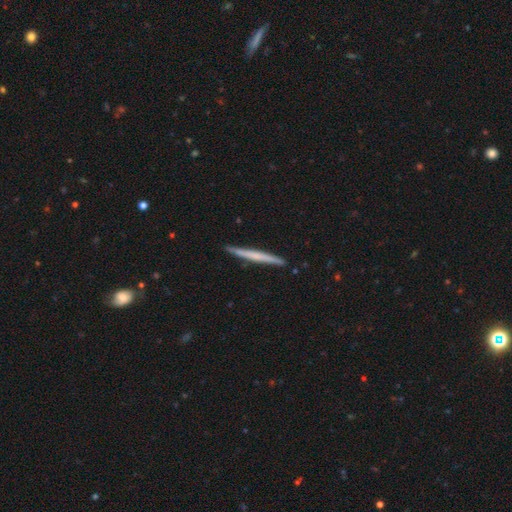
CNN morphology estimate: smooth_or_featured: featured or disk (p=0.52) [alt: smooth p=0.43]
disk_edge_on: yes (p=0.98) [alt: no p=0.02]
edge_on_bulge: none (p=0.75) [alt: rounded p=0.17]
merging: none (p=0.91) [alt: minor disturbance p=0.06]